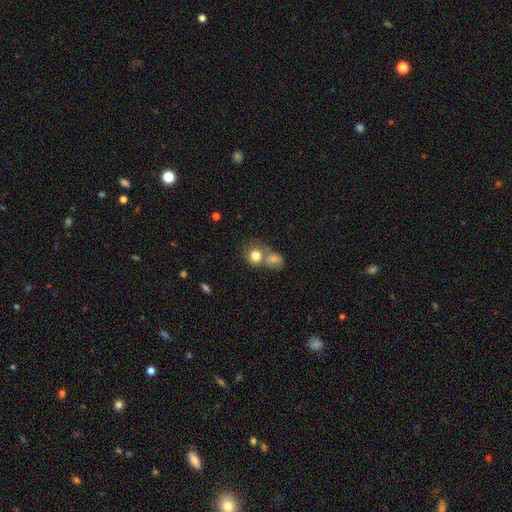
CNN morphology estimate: Q: Smooth or featured?
A: smooth (79%); runner-up: featured or disk (11%)
Q: How rounded?
A: round (80%); runner-up: in between (19%)
Q: Merging?
A: merger (51%); runner-up: none (37%)